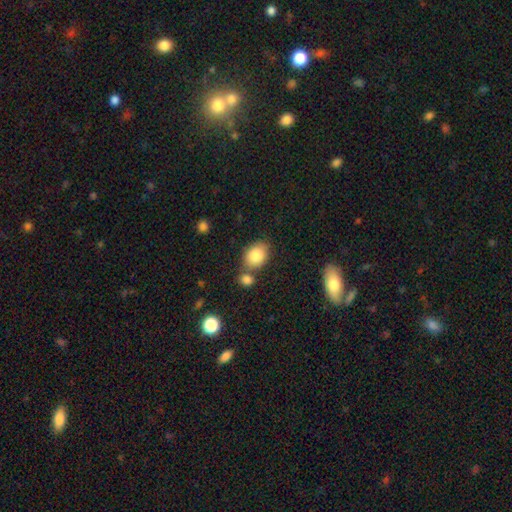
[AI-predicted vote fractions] Smooth or featured?
  - smooth: 85% *
  - star or artifact: 8%
  - featured or disk: 7%
How rounded?
  - in between: 70% *
  - round: 29%
  - cigar-shaped: 1%
Merging?
  - none: 58% *
  - merger: 24%
  - minor disturbance: 14%
  - major disturbance: 4%